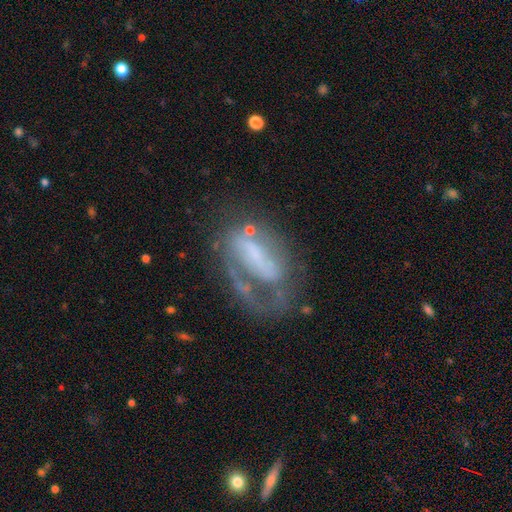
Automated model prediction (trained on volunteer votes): Smooth or featured?
  - featured or disk: 71% *
  - smooth: 20%
  - star or artifact: 9%
Edge-on disk?
  - no: 94% *
  - yes: 6%
Bar?
  - no: 38% *
  - weak: 32%
  - strong: 30%
Spiral arms?
  - yes: 64% *
  - no: 36%
Bulge size?
  - none: 44% *
  - small: 27%
  - moderate: 18%
  - large: 9%
  - dominant: 2%
Merging?
  - none: 39% *
  - major disturbance: 36%
  - minor disturbance: 19%
  - merger: 6%